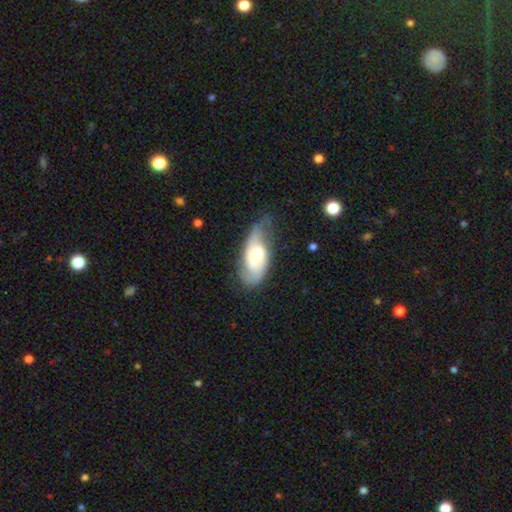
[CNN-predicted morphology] This is possibly a featured or disk galaxy (58%). It is clearly not viewed edge-on (89%). Bar: possibly no (52%). Spiral arm pattern: clearly yes (85%). Central bulge: possibly moderate (51%). Merging: possibly none (52%).